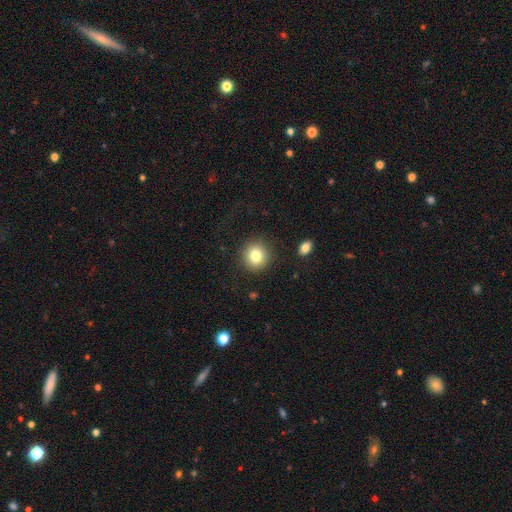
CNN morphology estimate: Overall: smooth (81%). How rounded: round (90%). Merging: none (89%).